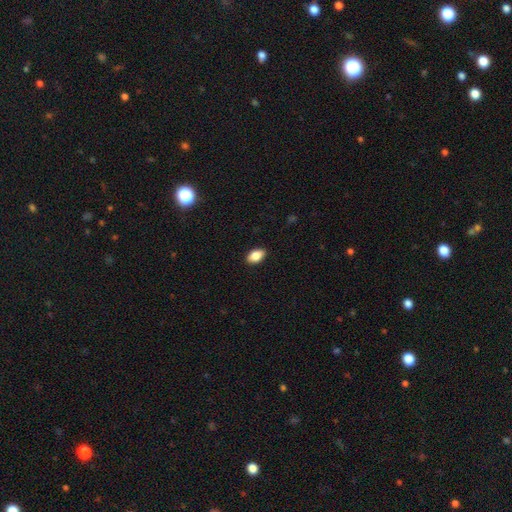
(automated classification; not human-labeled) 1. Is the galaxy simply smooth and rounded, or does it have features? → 85% smooth, 8% featured or disk, 7% star or artifact.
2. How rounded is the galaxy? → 91% in between, 7% round, 2% cigar-shaped.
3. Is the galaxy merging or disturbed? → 89% none, 9% minor disturbance, 2% major disturbance, 1% merger.